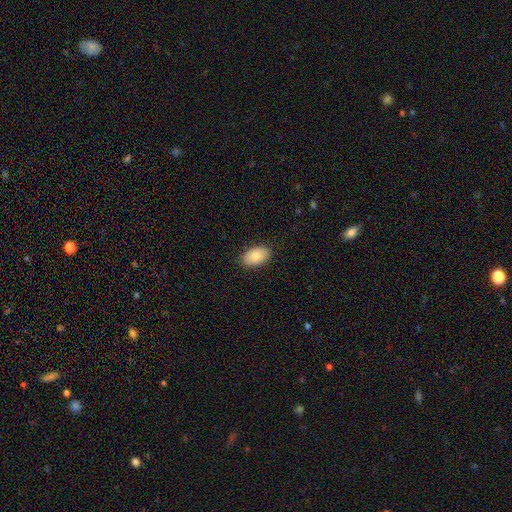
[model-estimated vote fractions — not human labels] A smooth galaxy with no disk features (85%) that is in between round and cigar-shaped (93%). Merging: none (88%).